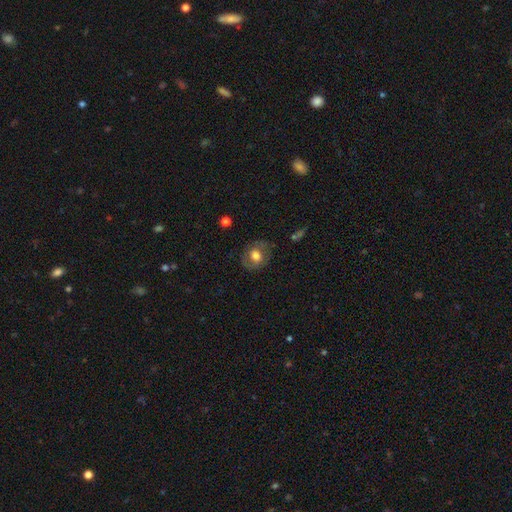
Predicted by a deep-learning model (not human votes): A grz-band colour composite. It shows a smooth galaxy with no disk features (58%) that is round (65%). Merging: none (72%).